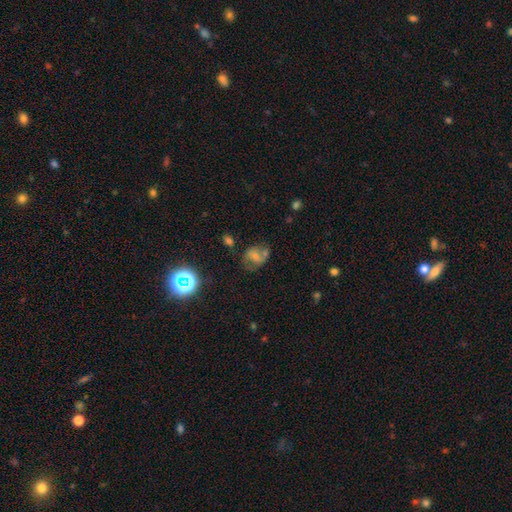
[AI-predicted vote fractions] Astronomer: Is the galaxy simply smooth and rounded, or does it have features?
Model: smooth — 48% (runner-up: featured or disk, 33%).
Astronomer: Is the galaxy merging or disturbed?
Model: none — 44% (runner-up: minor disturbance, 24%).